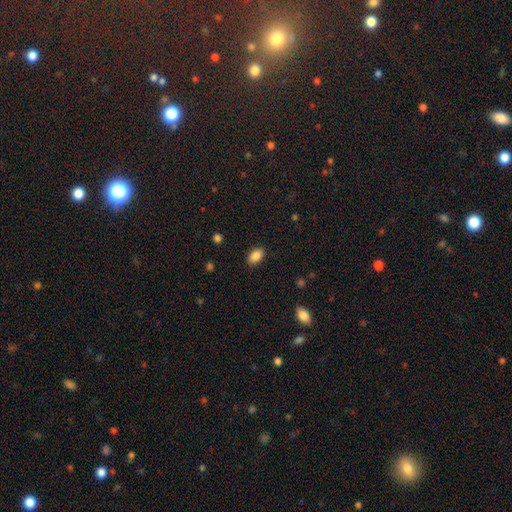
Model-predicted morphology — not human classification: smooth-or-featured: smooth: 88% | star or artifact: 8% | featured or disk: 4%
  how-rounded: in between: 91% | round: 7% | cigar-shaped: 2%
  merging: none: 87% | minor disturbance: 10% | major disturbance: 3% | merger: 1%